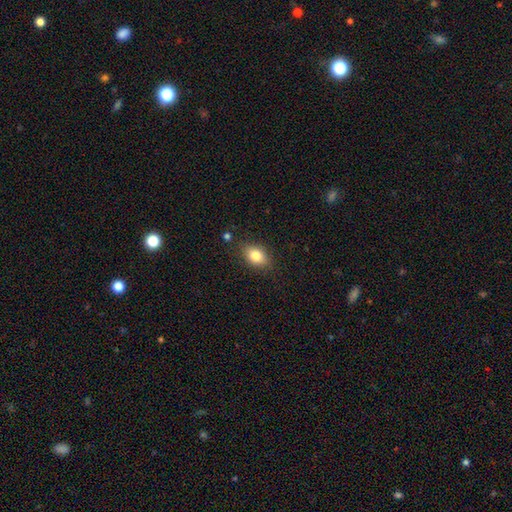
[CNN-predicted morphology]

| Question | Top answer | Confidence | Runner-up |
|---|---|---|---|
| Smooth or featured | smooth | 82% | featured or disk (9%) |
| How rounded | in between | 79% | round (19%) |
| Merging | none | 82% | minor disturbance (13%) |